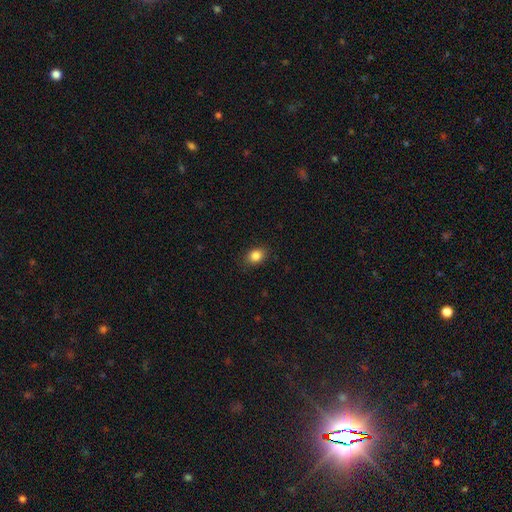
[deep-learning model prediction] The model was most divided on "how rounded": in between: 56%, round: 43%, cigar-shaped: 1%. More confident: merging — none (87%); smooth or featured — smooth (85%).